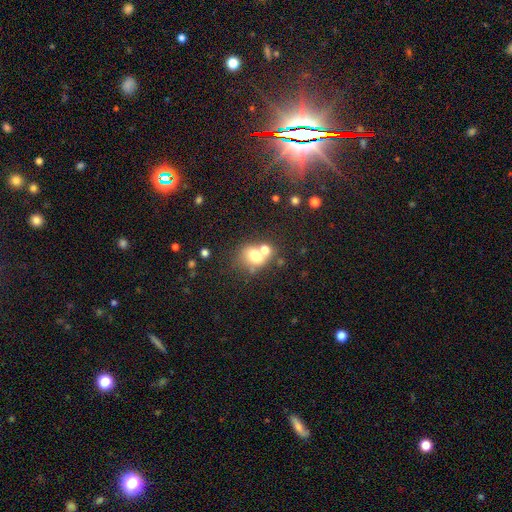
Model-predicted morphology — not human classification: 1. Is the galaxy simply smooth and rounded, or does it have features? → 69% smooth, 18% featured or disk, 13% star or artifact.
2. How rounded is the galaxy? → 50% round, 49% in between, 1% cigar-shaped.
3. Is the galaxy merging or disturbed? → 48% merger, 34% none, 11% minor disturbance, 7% major disturbance.